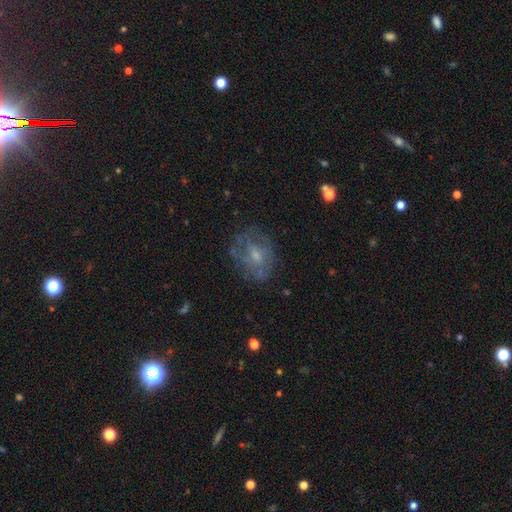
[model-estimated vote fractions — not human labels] A featured or disk galaxy (56%) with no bar (65%), no spiral arms (53%) and a small central bulge (50%). Merging: none (60%).